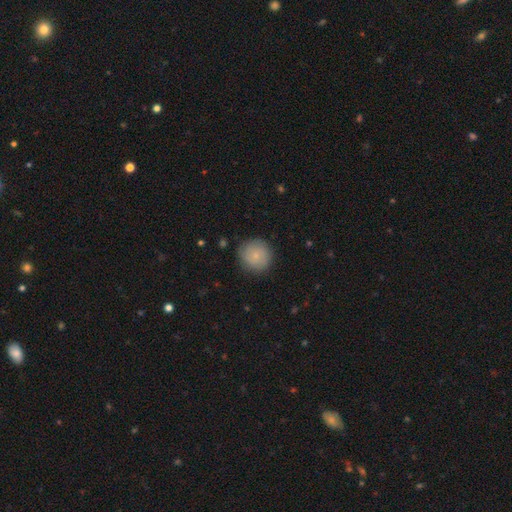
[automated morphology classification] smooth-or-featured: smooth: 78% | featured or disk: 15% | star or artifact: 7%
  how-rounded: round: 93% | in between: 6% | cigar-shaped: 1%
  merging: none: 84% | minor disturbance: 12% | major disturbance: 3% | merger: 1%